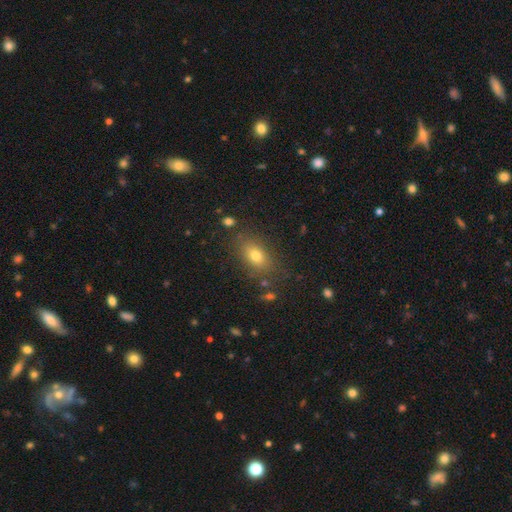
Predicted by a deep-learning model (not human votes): A smooth galaxy with no disk features (74%) that is in between round and cigar-shaped (79%). Merging: none (80%).